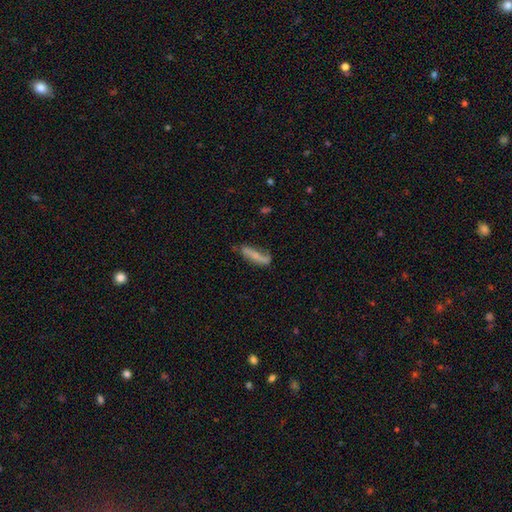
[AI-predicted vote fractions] The model was most divided on "smooth or featured": smooth: 51%, featured or disk: 41%, star or artifact: 8%. More confident: how rounded — cigar-shaped (70%); merging — none (53%).